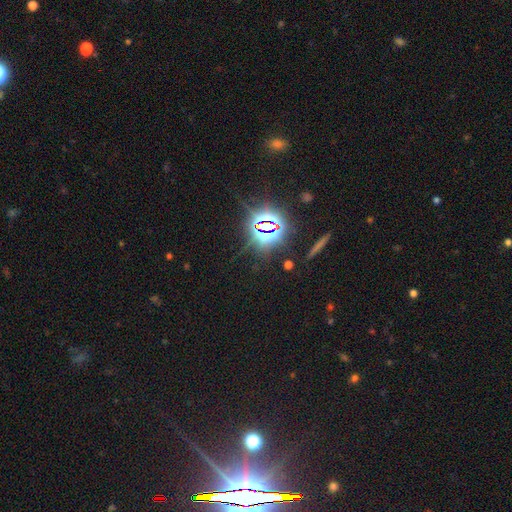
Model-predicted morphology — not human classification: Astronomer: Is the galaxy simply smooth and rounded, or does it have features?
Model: star or artifact — 82%.